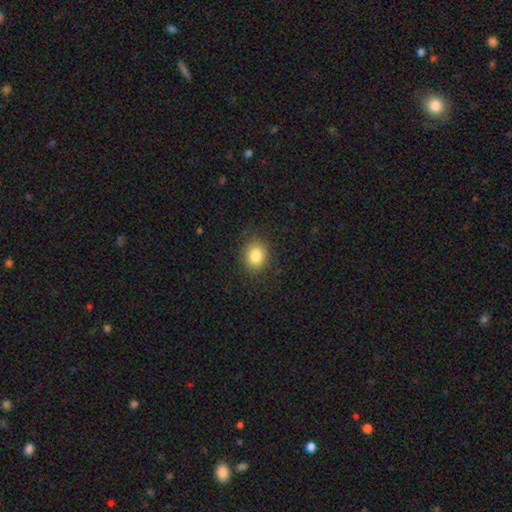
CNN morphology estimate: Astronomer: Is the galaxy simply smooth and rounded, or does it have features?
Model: smooth — 83%.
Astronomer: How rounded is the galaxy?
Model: round — 53% (runner-up: in between, 46%).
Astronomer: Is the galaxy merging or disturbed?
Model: none — 86%.